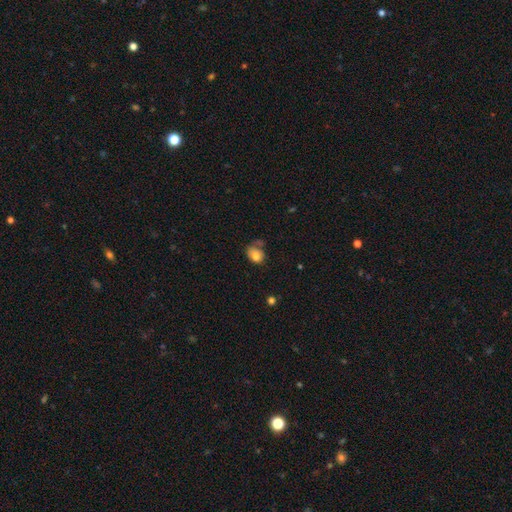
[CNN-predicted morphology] smooth 78%, featured or disk 12%, star or artifact 10%. Down the decision tree: how rounded — in between (66%); merging — none (44%).